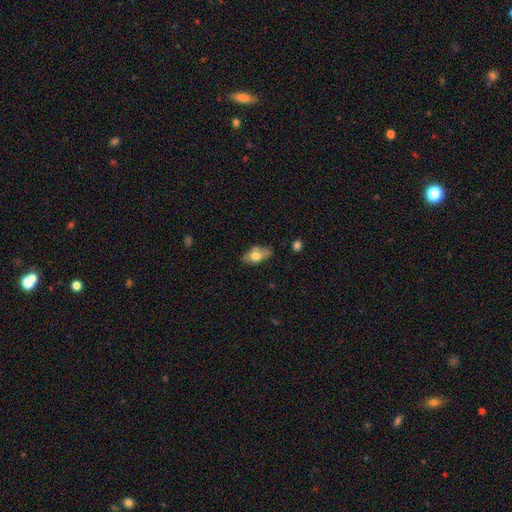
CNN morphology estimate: smooth_or_featured: smooth (p=0.68) [alt: featured or disk p=0.25]
how_rounded: in between (p=0.89) [alt: round p=0.06]
merging: none (p=0.64) [alt: minor disturbance p=0.26]